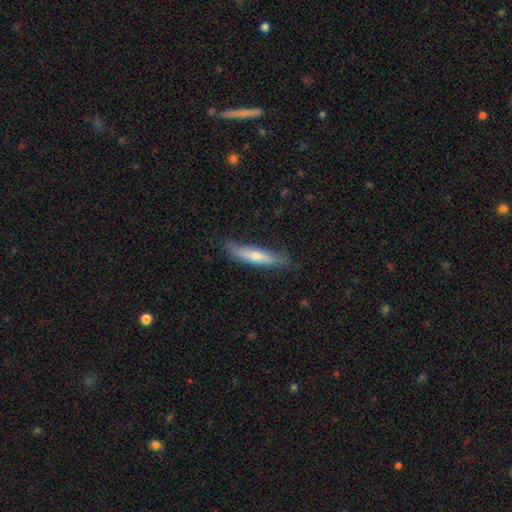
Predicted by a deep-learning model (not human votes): This is likely a smooth galaxy (63%). How rounded: clearly cigar-shaped (86%). Merging: clearly none (80%).